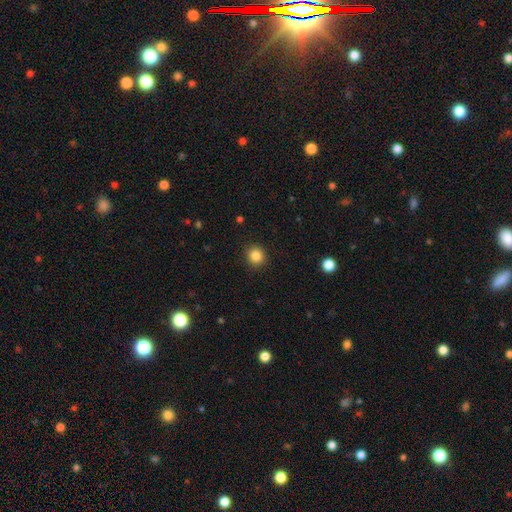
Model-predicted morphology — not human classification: smooth-or-featured: smooth: 85% | star or artifact: 11% | featured or disk: 4%
  how-rounded: round: 90% | in between: 9% | cigar-shaped: 1%
  merging: none: 91% | minor disturbance: 6% | major disturbance: 2% | merger: 1%